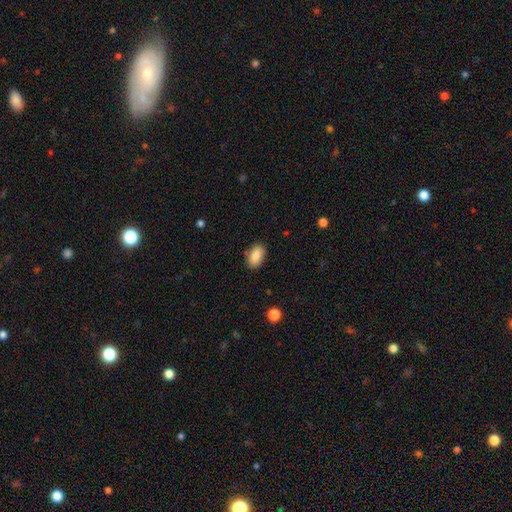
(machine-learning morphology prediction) This is clearly a smooth galaxy (86%). How rounded: clearly in between (91%). Merging: clearly none (87%).